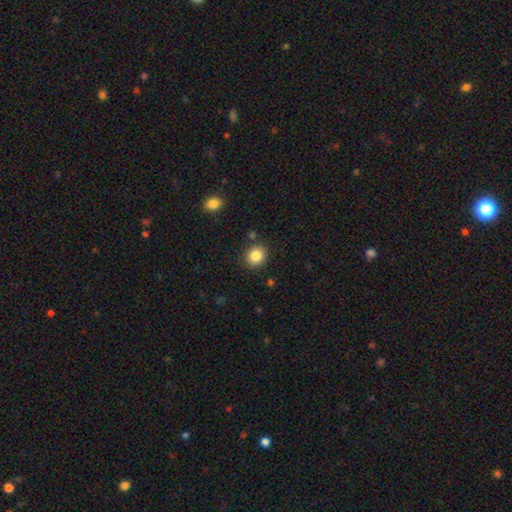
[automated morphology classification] smooth-or-featured: smooth: 85% | star or artifact: 10% | featured or disk: 5%
  how-rounded: round: 75% | in between: 24% | cigar-shaped: 1%
  merging: none: 86% | minor disturbance: 9% | merger: 3% | major disturbance: 3%